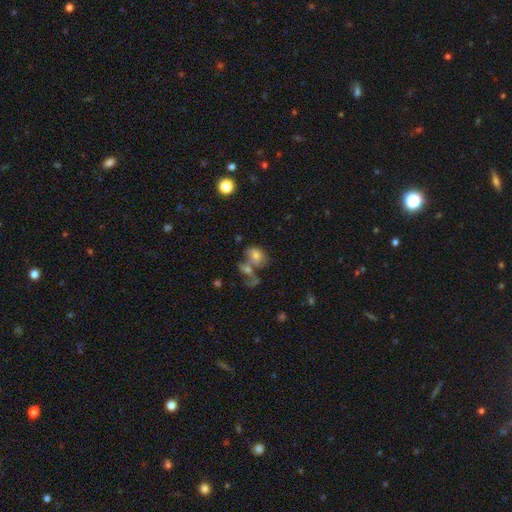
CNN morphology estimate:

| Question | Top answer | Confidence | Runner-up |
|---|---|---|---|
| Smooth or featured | smooth | 61% | featured or disk (27%) |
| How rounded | in between | 65% | round (34%) |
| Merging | merger | 51% | none (25%) |